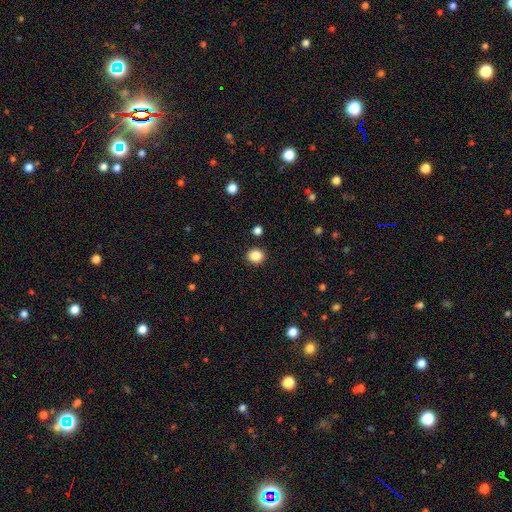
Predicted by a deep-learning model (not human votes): smooth_or_featured: smooth (p=0.86) [alt: star or artifact p=0.10]
how_rounded: round (p=0.83) [alt: in between p=0.16]
merging: none (p=0.91) [alt: minor disturbance p=0.06]